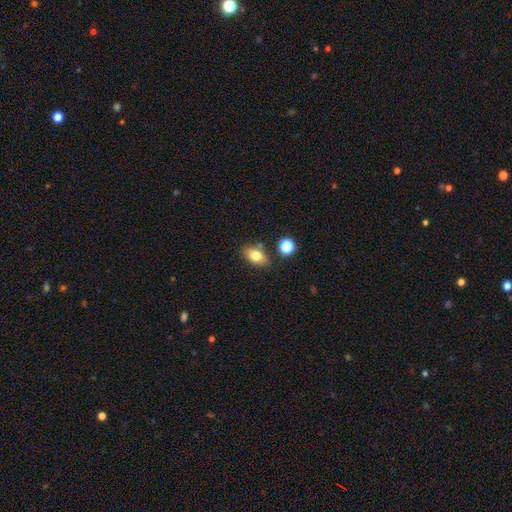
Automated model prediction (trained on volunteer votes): Smooth or featured?
  - smooth: 77% *
  - featured or disk: 13%
  - star or artifact: 10%
How rounded?
  - in between: 82% *
  - round: 15%
  - cigar-shaped: 3%
Merging?
  - none: 76% *
  - minor disturbance: 13%
  - merger: 8%
  - major disturbance: 3%